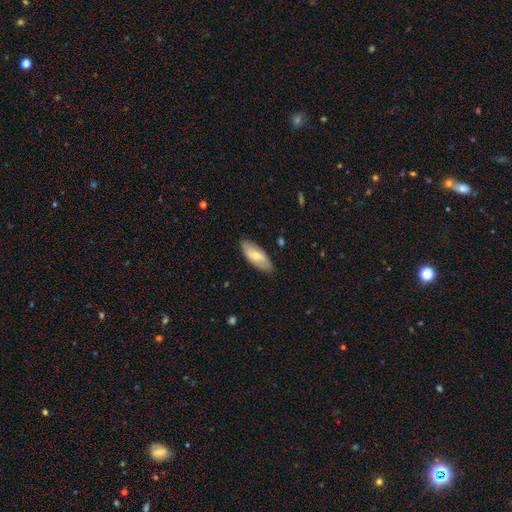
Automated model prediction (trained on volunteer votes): Smooth or featured: smooth — 60% (featured or disk — 35%)
How rounded: in between — 83% (cigar-shaped — 14%)
Merging: none — 83% (minor disturbance — 14%)